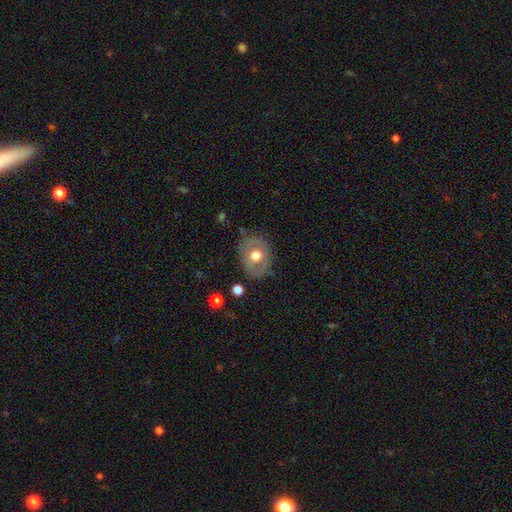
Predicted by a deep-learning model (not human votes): Overall: smooth (52%; featured or disk 41%). How rounded: round (52%; in between 47%). Merging: none (77%).